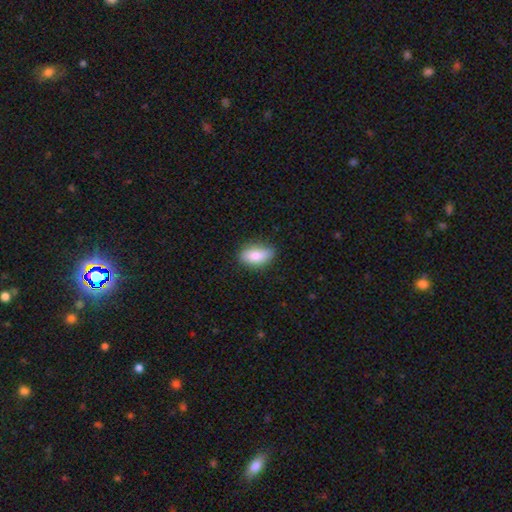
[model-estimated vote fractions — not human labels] This is clearly a smooth galaxy (83%). How rounded: clearly in between (87%). Merging: clearly none (81%).